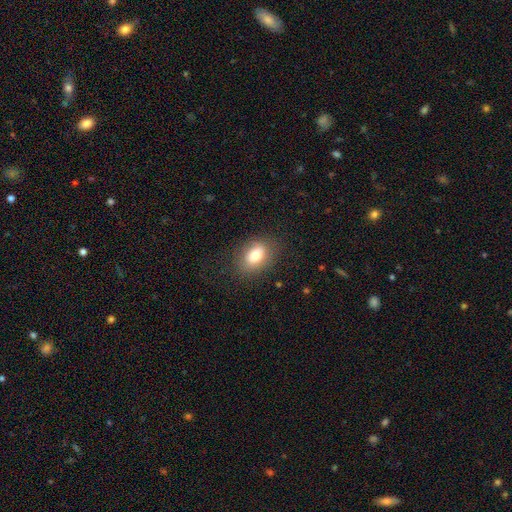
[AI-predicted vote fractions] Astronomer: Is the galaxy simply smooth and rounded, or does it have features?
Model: smooth — 76%.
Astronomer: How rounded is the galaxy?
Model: in between — 74%.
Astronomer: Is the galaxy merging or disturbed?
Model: none — 80%.